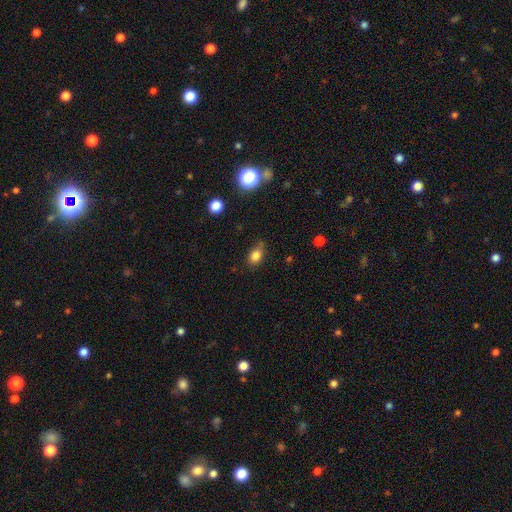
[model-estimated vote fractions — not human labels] A smooth galaxy with no disk features (80%) that is in between round and cigar-shaped (61%).

Vote fractions:
- Smooth or featured? smooth: 80% / star or artifact: 12% / featured or disk: 8%
- How rounded? in between: 61% / round: 37% / cigar-shaped: 2%
- Merging? none: 64% / minor disturbance: 28% / major disturbance: 6% / merger: 3%